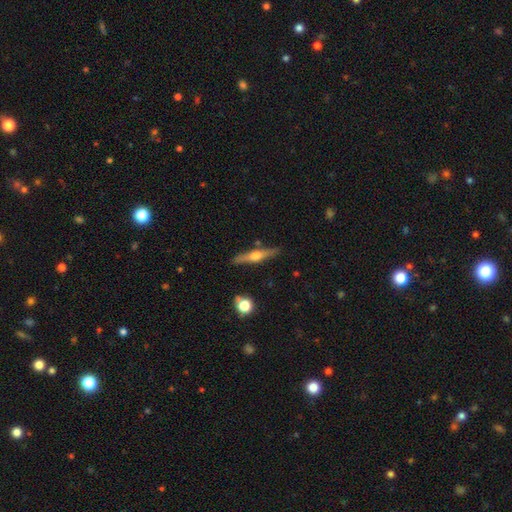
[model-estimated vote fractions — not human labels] Overall: featured or disk (65%; smooth 29%). Edge-on disk: yes (96%). Edge-on bulge: rounded (91%). Merging: none (85%).